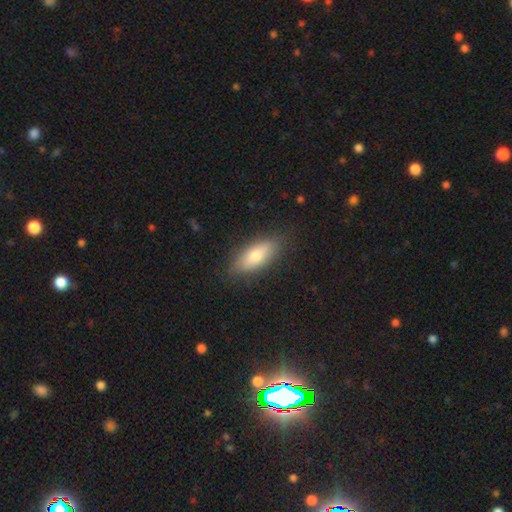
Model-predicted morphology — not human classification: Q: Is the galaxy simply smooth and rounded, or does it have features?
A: smooth — 70%.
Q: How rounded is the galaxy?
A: in between — 74%.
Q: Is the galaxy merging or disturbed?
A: none — 84%.